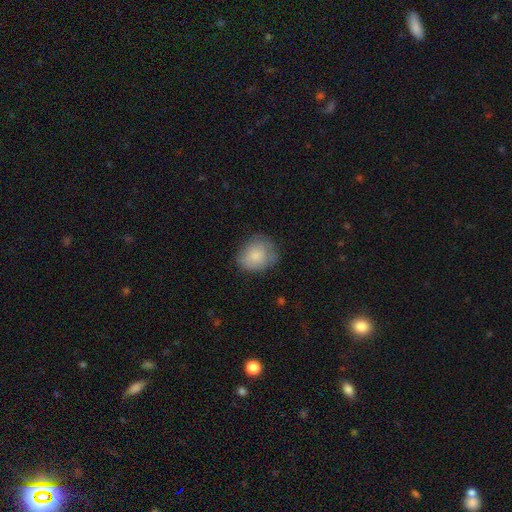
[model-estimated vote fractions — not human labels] Smooth or featured?
  - smooth: 80% *
  - featured or disk: 12%
  - star or artifact: 7%
How rounded?
  - round: 67% *
  - in between: 32%
  - cigar-shaped: 1%
Merging?
  - none: 65% *
  - minor disturbance: 26%
  - major disturbance: 8%
  - merger: 1%